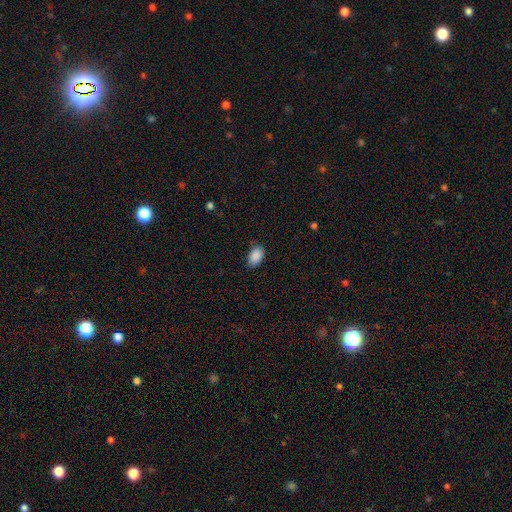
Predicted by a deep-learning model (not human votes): Morphology: type=smooth (90%); roundness=in between (92%); merging=none (80%).